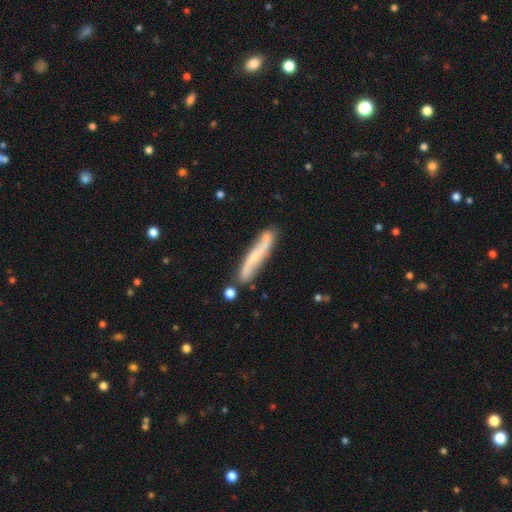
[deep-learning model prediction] Q: Smooth or featured?
A: featured or disk (65%); runner-up: smooth (29%)
Q: Edge-on disk?
A: no (56%); runner-up: yes (44%)
Q: Merging?
A: none (77%); runner-up: minor disturbance (14%)